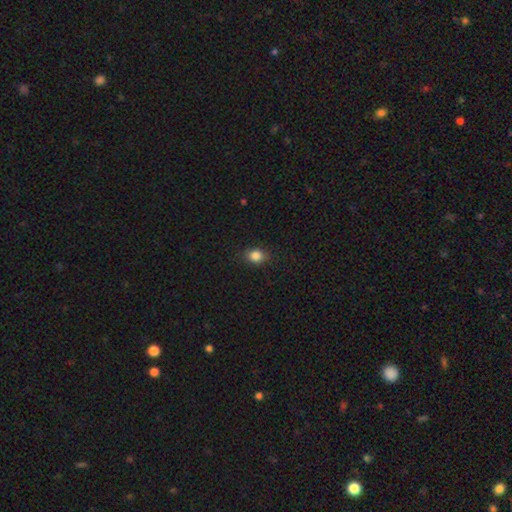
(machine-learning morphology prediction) smooth_or_featured: smooth (p=0.85) [alt: star or artifact p=0.11]
how_rounded: in between (p=0.51) [alt: round p=0.47]
merging: none (p=0.84) [alt: minor disturbance p=0.12]